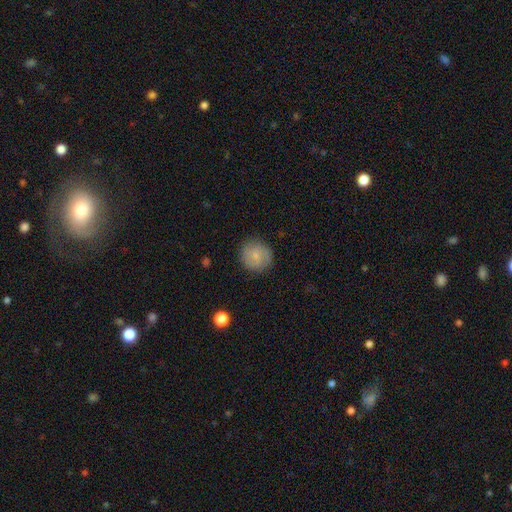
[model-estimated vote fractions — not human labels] Smooth or featured?
  - smooth: 68% *
  - featured or disk: 25%
  - star or artifact: 7%
How rounded?
  - round: 91% *
  - in between: 8%
  - cigar-shaped: 1%
Merging?
  - none: 86% *
  - minor disturbance: 11%
  - major disturbance: 3%
  - merger: 1%